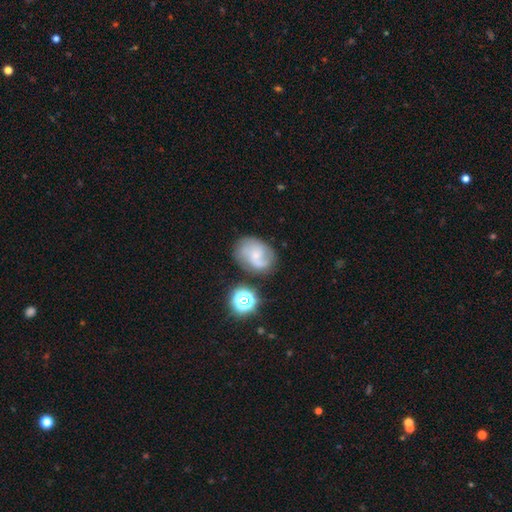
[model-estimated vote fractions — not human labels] Smooth or featured? featured or disk (58%)
Edge-on disk? no (97%)
Bar? no (63%)
Spiral arms? yes (87%)
Bulge size? small (68%)
Merging? none (60%)